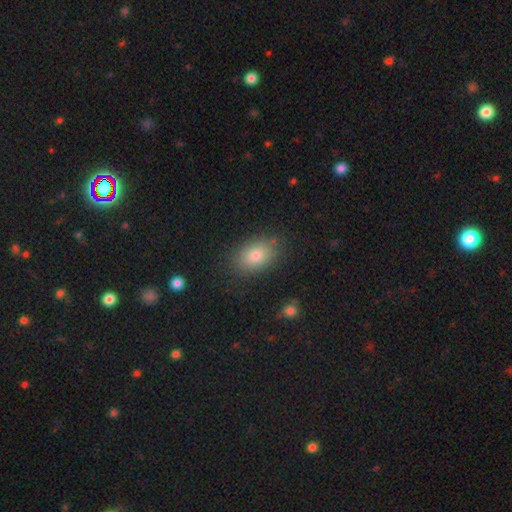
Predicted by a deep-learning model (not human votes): Morphology: type=smooth (81%); roundness=in between (84%); merging=none (83%).